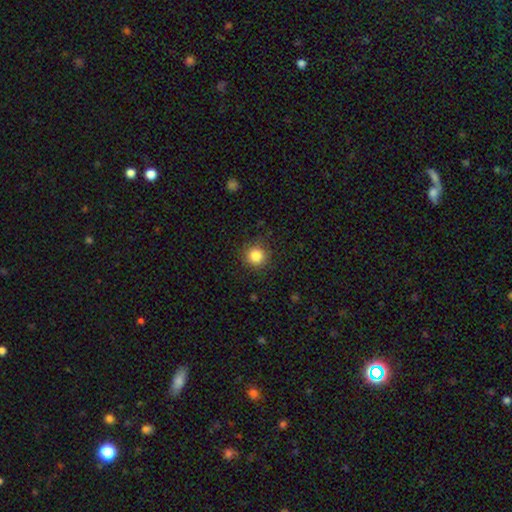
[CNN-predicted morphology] Smooth or featured: smooth — 84% (star or artifact — 11%)
How rounded: round — 94% (in between — 5%)
Merging: none — 87% (minor disturbance — 9%)